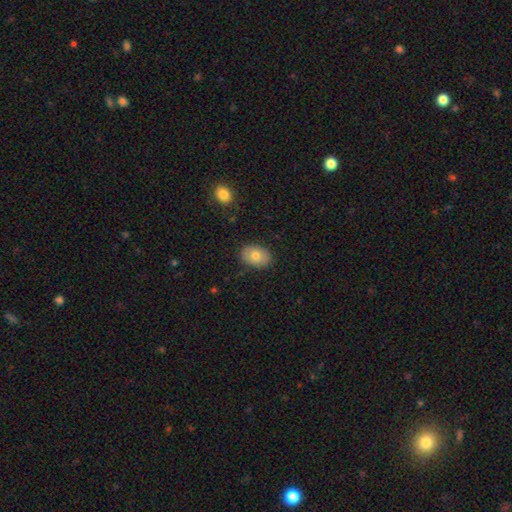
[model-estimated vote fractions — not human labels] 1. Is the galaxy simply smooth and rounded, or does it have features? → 75% smooth, 17% featured or disk, 8% star or artifact.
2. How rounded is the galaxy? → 77% in between, 22% round, 1% cigar-shaped.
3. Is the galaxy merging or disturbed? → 86% none, 10% minor disturbance, 2% major disturbance, 1% merger.